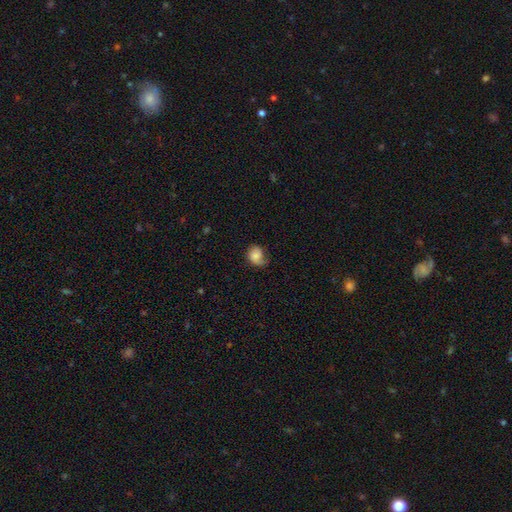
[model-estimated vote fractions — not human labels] The model was most divided on "how rounded": round: 52%, in between: 47%, cigar-shaped: 1%. Remaining: smooth or featured — smooth (66%); merging — none (47%).